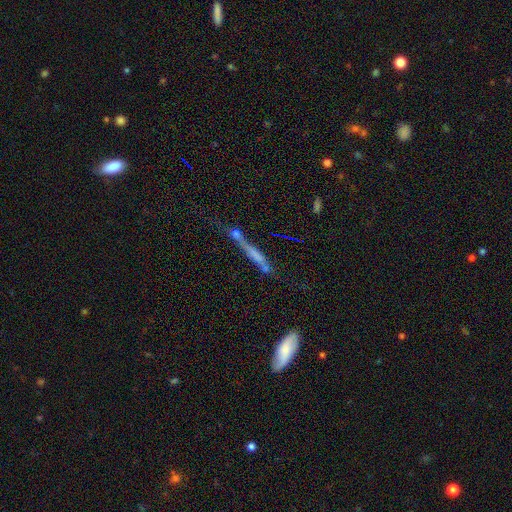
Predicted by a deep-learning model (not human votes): smooth-or-featured: featured or disk: 48% | smooth: 38% | star or artifact: 14%
  merging: none: 42% | merger: 28% | minor disturbance: 17% | major disturbance: 13%